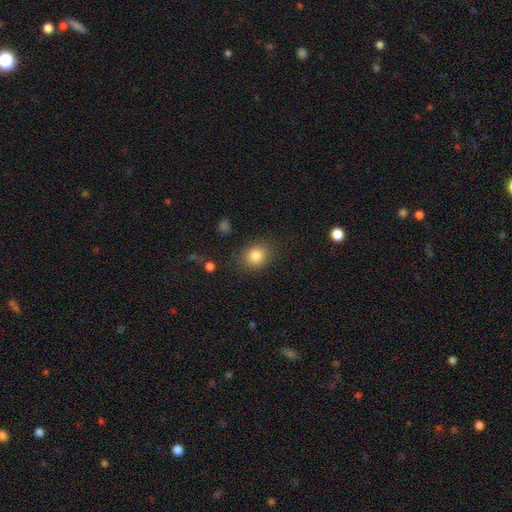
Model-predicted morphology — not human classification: smooth 84%, star or artifact 10%, featured or disk 6%. Down the decision tree: how rounded — round (67%); merging — none (83%).